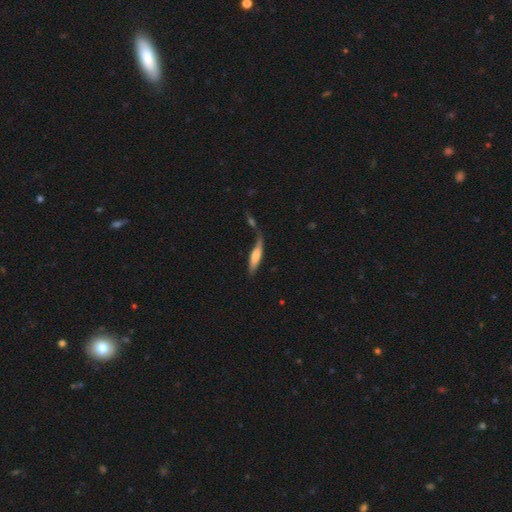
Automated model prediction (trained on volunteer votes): smooth_or_featured: smooth (p=0.63) [alt: featured or disk p=0.30]
how_rounded: cigar-shaped (p=0.73) [alt: in between p=0.25]
merging: none (p=0.37) [alt: merger p=0.28]